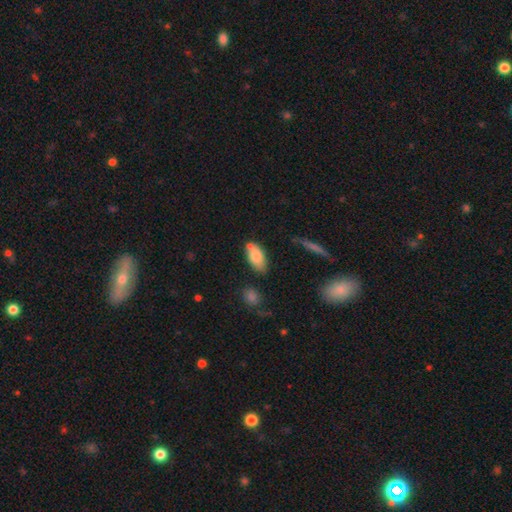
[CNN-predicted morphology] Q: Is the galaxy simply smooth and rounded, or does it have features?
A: smooth — 80%.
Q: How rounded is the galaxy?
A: in between — 91%.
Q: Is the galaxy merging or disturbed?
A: none — 65%.